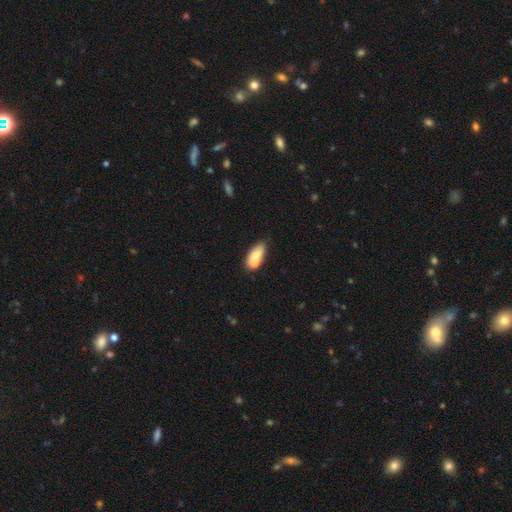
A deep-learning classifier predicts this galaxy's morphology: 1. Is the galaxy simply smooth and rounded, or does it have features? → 72% smooth, 21% featured or disk, 7% star or artifact.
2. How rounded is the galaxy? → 83% in between, 14% cigar-shaped, 4% round.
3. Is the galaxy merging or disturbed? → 52% none, 28% merger, 15% minor disturbance, 5% major disturbance.